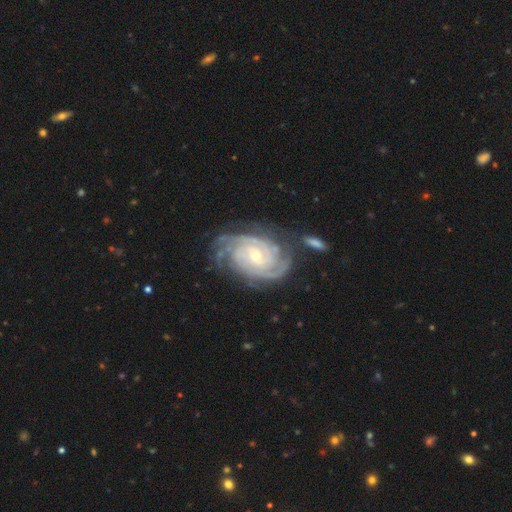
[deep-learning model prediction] smooth_or_featured: featured or disk (p=0.92) [alt: star or artifact p=0.05]
disk_edge_on: no (p=0.97) [alt: yes p=0.03]
bar: no (p=0.63) [alt: weak p=0.28]
has_spiral_arms: yes (p=0.98) [alt: no p=0.02]
spiral_winding: tight (p=0.78) [alt: medium p=0.19]
spiral_arm_count: 4 (p=0.27) [alt: 3 p=0.22]
bulge_size: small (p=0.62) [alt: moderate p=0.35]
merging: none (p=0.67) [alt: minor disturbance p=0.19]